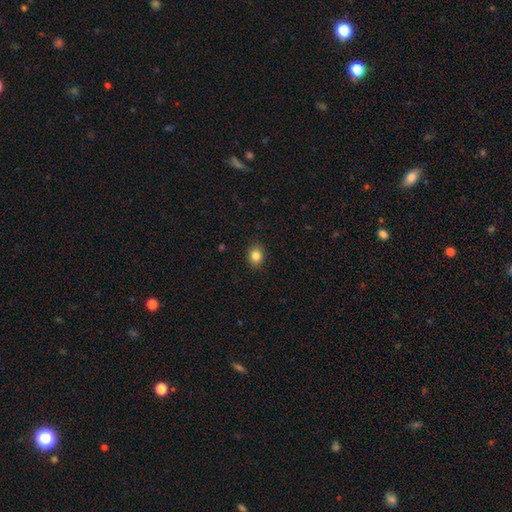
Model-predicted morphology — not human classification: Smooth or featured? Predicted: smooth (p=0.84). How rounded? Predicted: in between (p=0.50). Merging? Predicted: none (p=0.89).